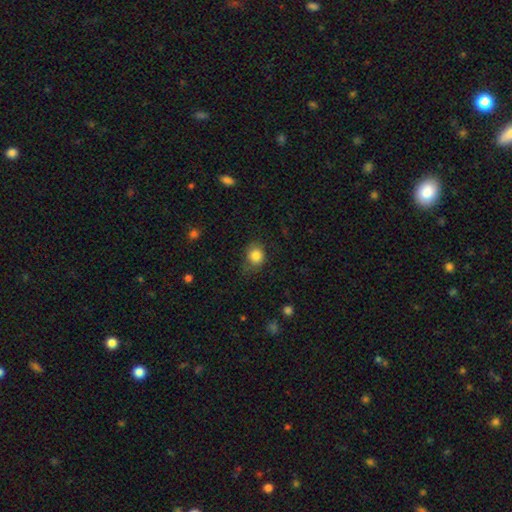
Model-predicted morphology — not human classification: This is clearly a smooth galaxy (85%). How rounded: likely round (70%). Merging: likely none (69%).